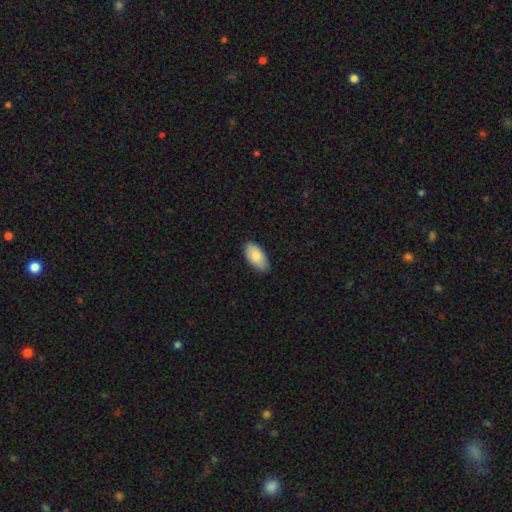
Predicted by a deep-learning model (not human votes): The model was most divided on "merging": none: 86%, minor disturbance: 11%, major disturbance: 2%, merger: 1%. More confident: how rounded — in between (95%); smooth or featured — smooth (88%).